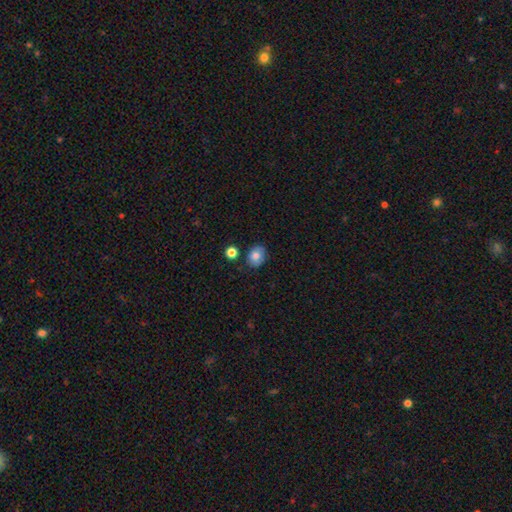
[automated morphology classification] Smooth or featured?
  - smooth: 79% *
  - featured or disk: 11%
  - star or artifact: 10%
How rounded?
  - round: 53% *
  - in between: 46%
  - cigar-shaped: 1%
Merging?
  - none: 80% *
  - minor disturbance: 13%
  - merger: 4%
  - major disturbance: 3%